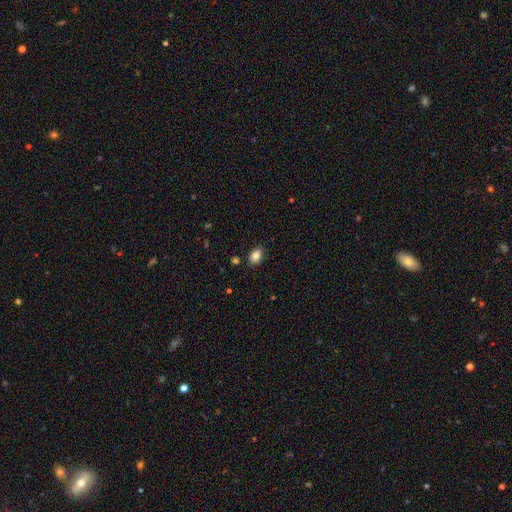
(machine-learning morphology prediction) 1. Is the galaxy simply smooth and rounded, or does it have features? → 84% smooth, 10% star or artifact, 7% featured or disk.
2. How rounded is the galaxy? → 79% in between, 20% round, 1% cigar-shaped.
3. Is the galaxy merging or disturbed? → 86% none, 10% minor disturbance, 2% merger, 2% major disturbance.